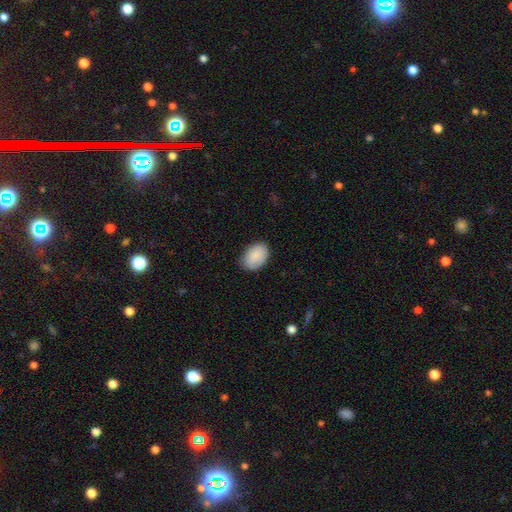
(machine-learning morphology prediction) smooth-or-featured: smooth: 88% | star or artifact: 6% | featured or disk: 5%
  how-rounded: in between: 84% | round: 15% | cigar-shaped: 1%
  merging: none: 83% | minor disturbance: 14% | major disturbance: 3% | merger: 1%